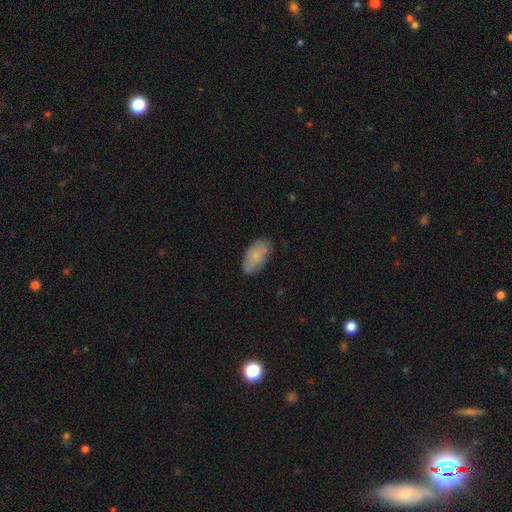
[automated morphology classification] This is likely a smooth galaxy (75%). How rounded: clearly in between (94%). Merging: likely none (77%).